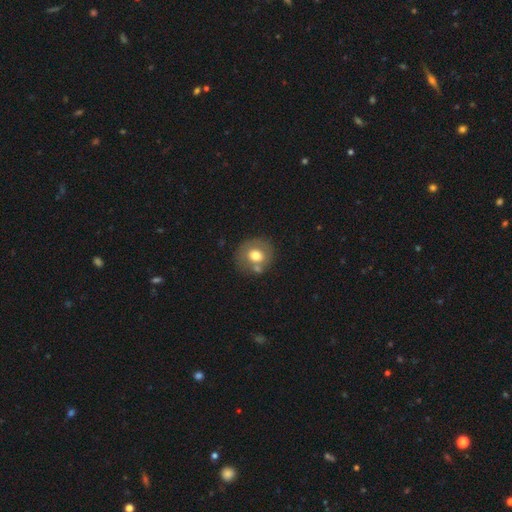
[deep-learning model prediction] A smooth galaxy with no disk features (66%) that is round (82%). Merging: none (64%).